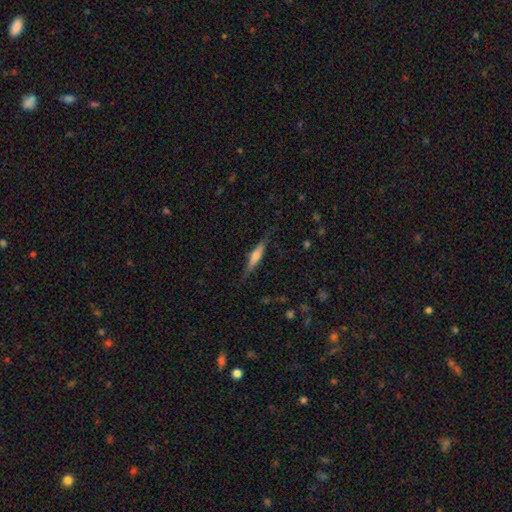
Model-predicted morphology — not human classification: Q: Smooth or featured?
A: featured or disk (49%); runner-up: smooth (44%)
Q: Merging?
A: none (82%); runner-up: minor disturbance (14%)